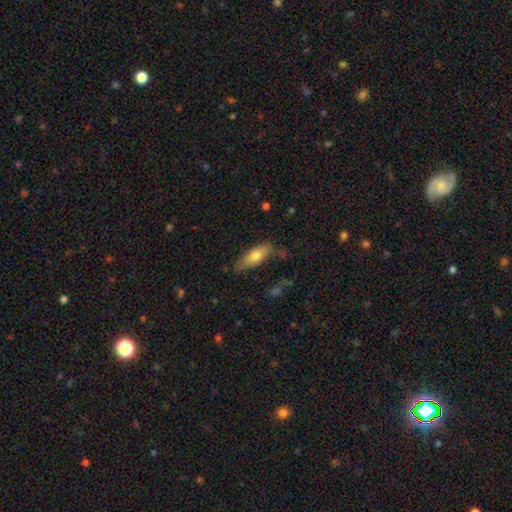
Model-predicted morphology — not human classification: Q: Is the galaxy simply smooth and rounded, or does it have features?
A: smooth — 71%.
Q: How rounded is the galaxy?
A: in between — 64%.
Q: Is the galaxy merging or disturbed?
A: none — 67%.